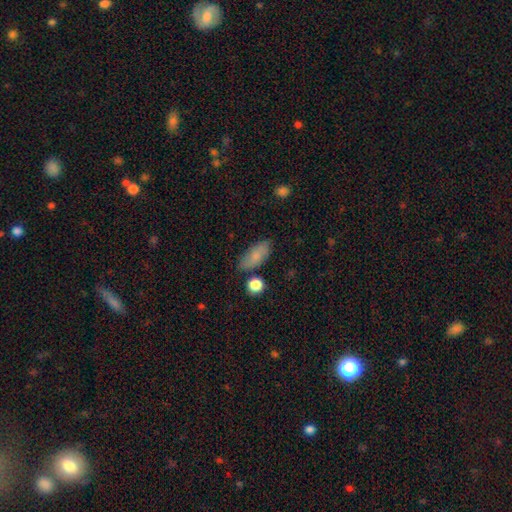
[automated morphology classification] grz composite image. It shows a smooth galaxy with no disk features (78%) that is in between round and cigar-shaped (86%). Merging: none (74%).